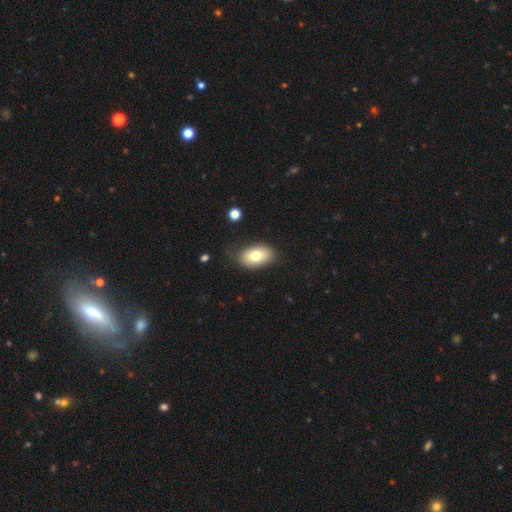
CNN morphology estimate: This appears to be a smooth galaxy with no disk features (76%) that is in between round and cigar-shaped (90%). Merging: none (81%).